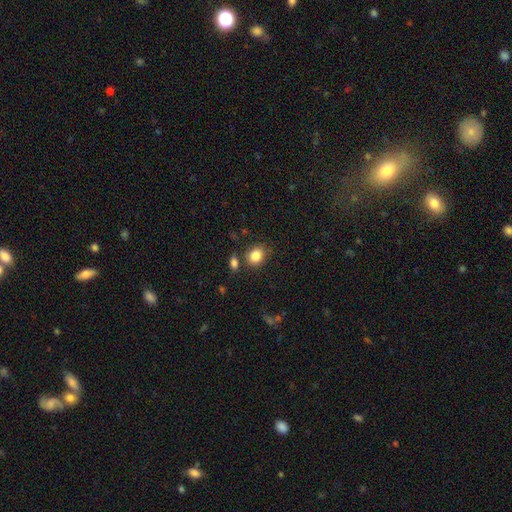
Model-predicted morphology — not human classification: This is clearly a smooth galaxy (85%). How rounded: possibly round (59%). Merging: likely none (73%).